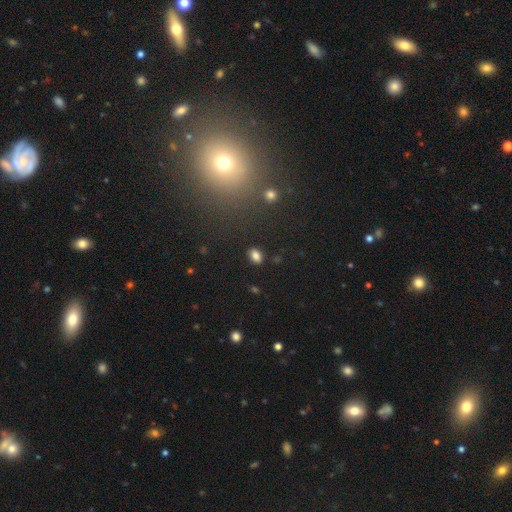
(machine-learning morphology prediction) Smooth or featured? Predicted: smooth (p=0.83). How rounded? Predicted: in between (p=0.83). Merging? Predicted: none (p=0.87).